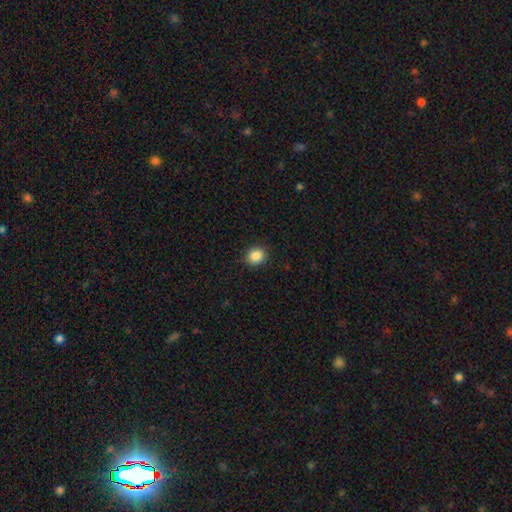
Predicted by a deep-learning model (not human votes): Smooth or featured?
  - smooth: 87% *
  - star or artifact: 10%
  - featured or disk: 4%
How rounded?
  - round: 76% *
  - in between: 23%
  - cigar-shaped: 1%
Merging?
  - none: 90% *
  - minor disturbance: 7%
  - major disturbance: 2%
  - merger: 1%